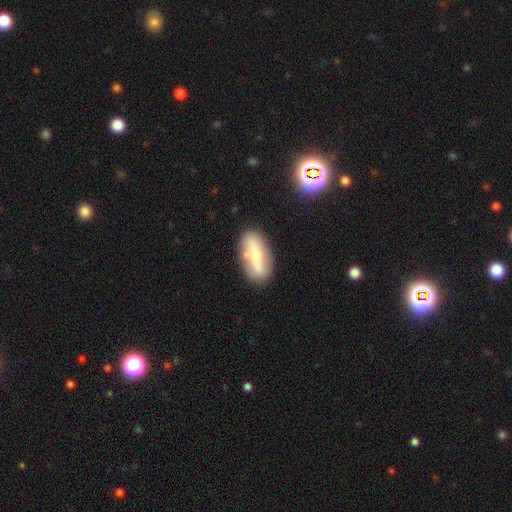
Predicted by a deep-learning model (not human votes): smooth-or-featured: smooth: 57% | featured or disk: 35% | star or artifact: 8%
  how-rounded: in between: 75% | cigar-shaped: 21% | round: 3%
  merging: none: 79% | minor disturbance: 14% | major disturbance: 4% | merger: 3%